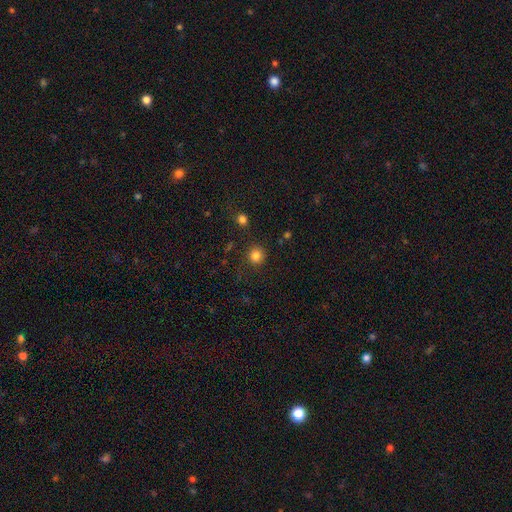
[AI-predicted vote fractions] smooth_or_featured: smooth (p=0.83) [alt: star or artifact p=0.13]
how_rounded: round (p=0.92) [alt: in between p=0.07]
merging: none (p=0.86) [alt: minor disturbance p=0.08]